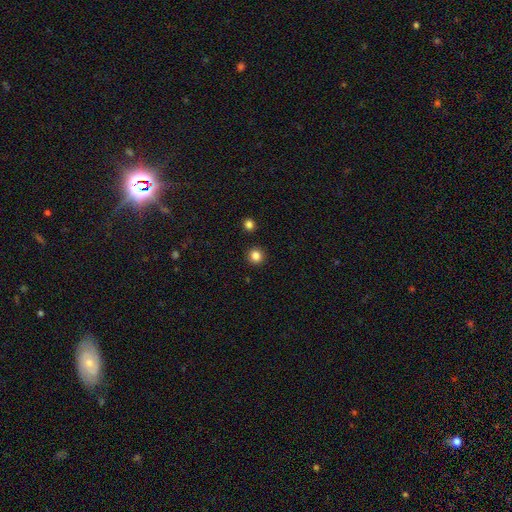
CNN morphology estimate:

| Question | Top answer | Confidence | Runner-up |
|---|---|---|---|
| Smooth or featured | smooth | 84% | star or artifact (12%) |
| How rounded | round | 94% | in between (5%) |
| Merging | none | 91% | minor disturbance (5%) |